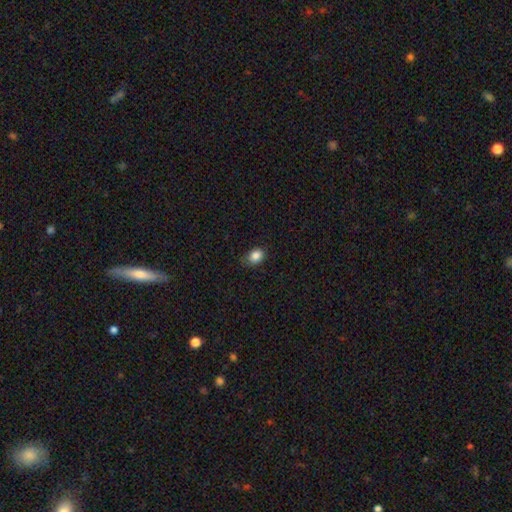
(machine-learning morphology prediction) Q: Smooth or featured?
A: smooth (86%); runner-up: star or artifact (10%)
Q: How rounded?
A: in between (66%); runner-up: round (33%)
Q: Merging?
A: none (77%); runner-up: minor disturbance (18%)